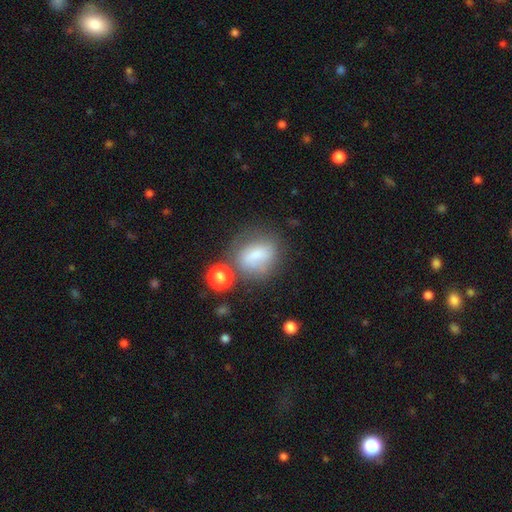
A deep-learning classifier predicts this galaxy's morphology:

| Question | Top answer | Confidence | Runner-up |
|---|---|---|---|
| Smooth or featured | smooth | 68% | featured or disk (21%) |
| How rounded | in between | 54% | round (42%) |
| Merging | none | 51% | minor disturbance (22%) |